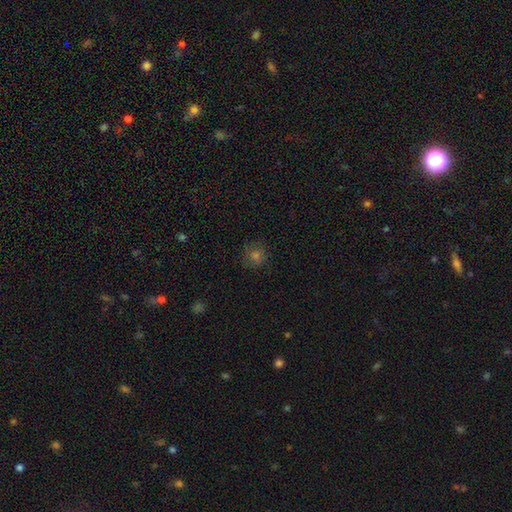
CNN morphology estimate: A smooth galaxy with no disk features (64%) that is round (89%).

Vote fractions:
- Smooth or featured? smooth: 64% / star or artifact: 24% / featured or disk: 12%
- How rounded? round: 89% / in between: 10% / cigar-shaped: 1%
- Merging? none: 83% / minor disturbance: 12% / major disturbance: 4% / merger: 1%